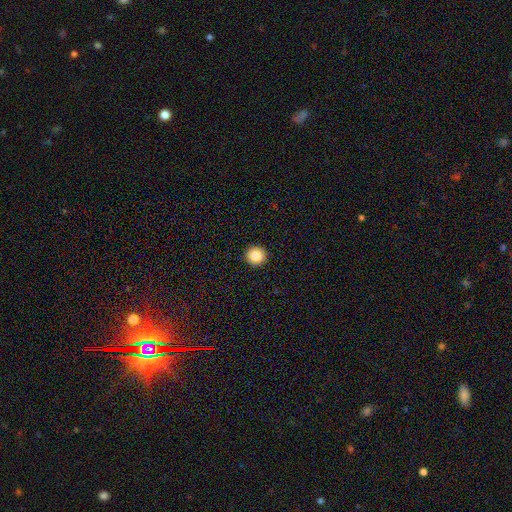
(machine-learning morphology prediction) This appears to be a smooth galaxy with no disk features (85%) that is round (95%). Merging: none (94%).